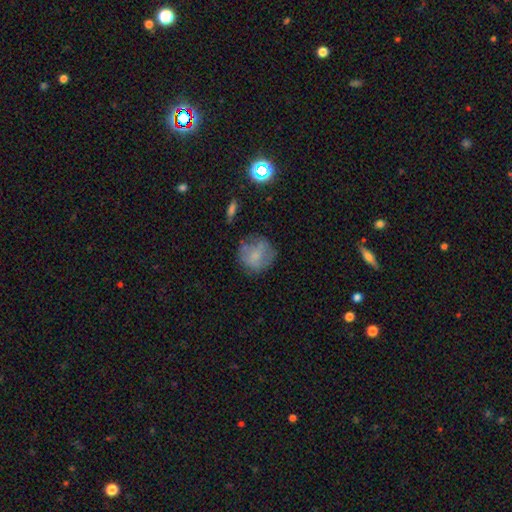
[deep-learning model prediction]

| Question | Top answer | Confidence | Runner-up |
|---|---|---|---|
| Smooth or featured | smooth | 62% | featured or disk (26%) |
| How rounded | round | 85% | in between (14%) |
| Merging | none | 65% | minor disturbance (21%) |